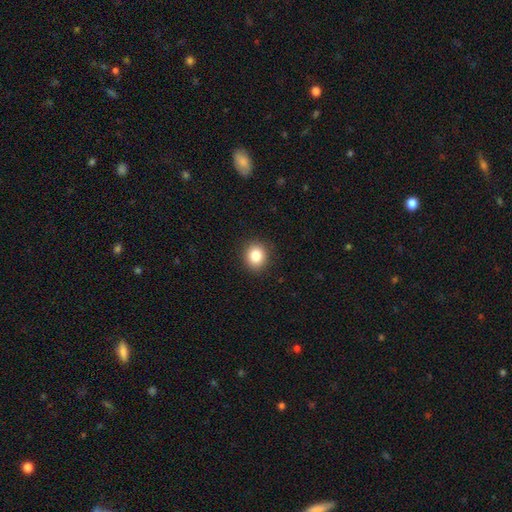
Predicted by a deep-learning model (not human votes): Smooth or featured? smooth (85%)
How rounded? round (75%)
Merging? none (90%)